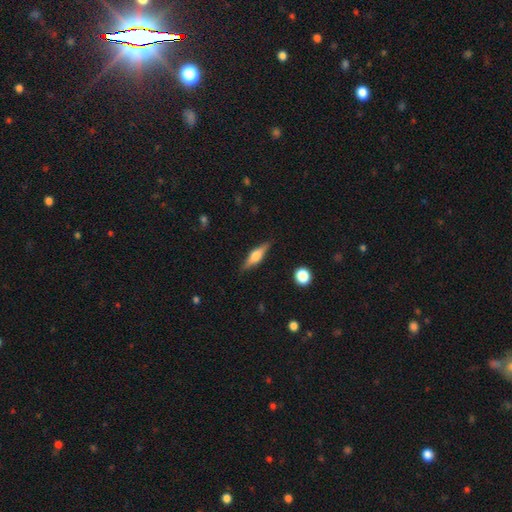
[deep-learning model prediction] Morphology: type=featured or disk (60%); edge-on=yes (96%); edge-on bulge=rounded (86%); merging=none (86%).